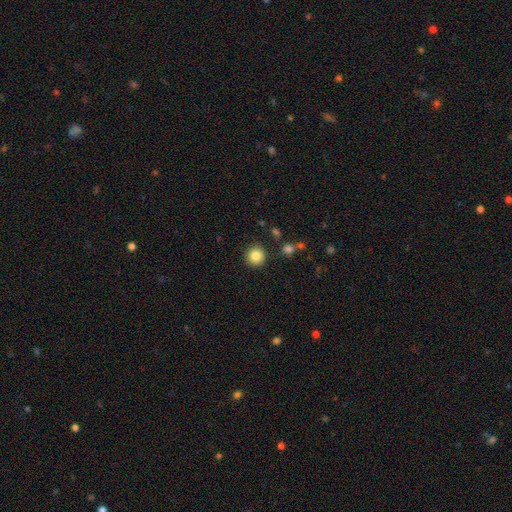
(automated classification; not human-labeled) Smooth or featured?
  - smooth: 86% *
  - star or artifact: 9%
  - featured or disk: 4%
How rounded?
  - round: 94% *
  - in between: 5%
  - cigar-shaped: 1%
Merging?
  - none: 89% *
  - minor disturbance: 7%
  - merger: 2%
  - major disturbance: 2%